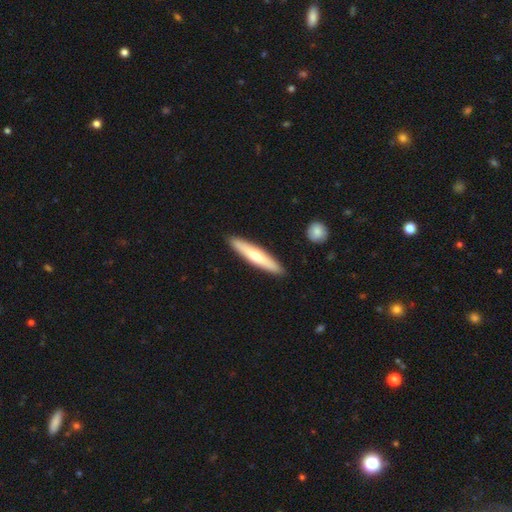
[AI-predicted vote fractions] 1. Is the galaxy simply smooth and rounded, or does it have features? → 58% smooth, 37% featured or disk, 5% star or artifact.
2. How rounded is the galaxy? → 89% cigar-shaped, 9% in between, 1% round.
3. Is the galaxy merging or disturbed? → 91% none, 7% minor disturbance, 1% major disturbance, 1% merger.